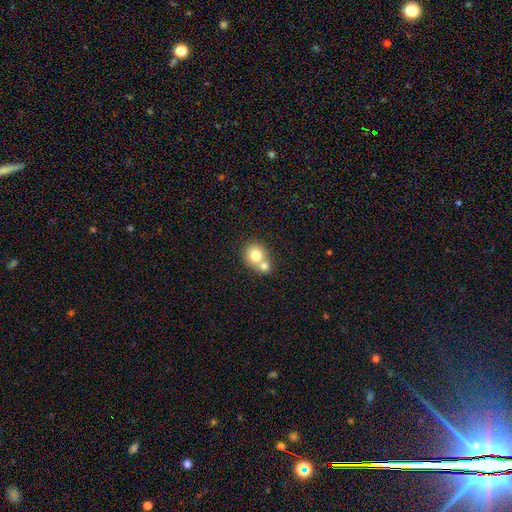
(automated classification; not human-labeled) Morphology: type=smooth (76%); roundness=round (80%); merging=merger (58%).